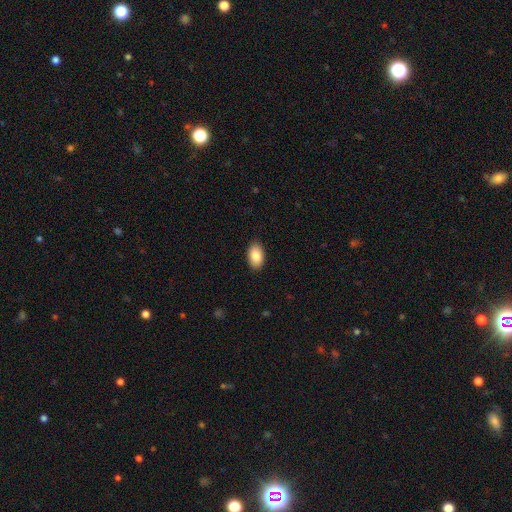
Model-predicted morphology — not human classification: smooth_or_featured: smooth (p=0.87) [alt: star or artifact p=0.07]
how_rounded: in between (p=0.93) [alt: round p=0.06]
merging: none (p=0.89) [alt: minor disturbance p=0.08]